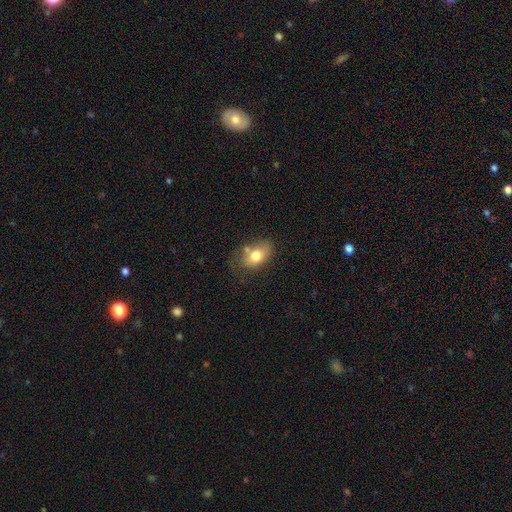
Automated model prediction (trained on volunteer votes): Smooth or featured?
  - smooth: 74% *
  - featured or disk: 17%
  - star or artifact: 8%
How rounded?
  - in between: 83% *
  - round: 16%
  - cigar-shaped: 2%
Merging?
  - none: 54% *
  - minor disturbance: 25%
  - merger: 12%
  - major disturbance: 9%